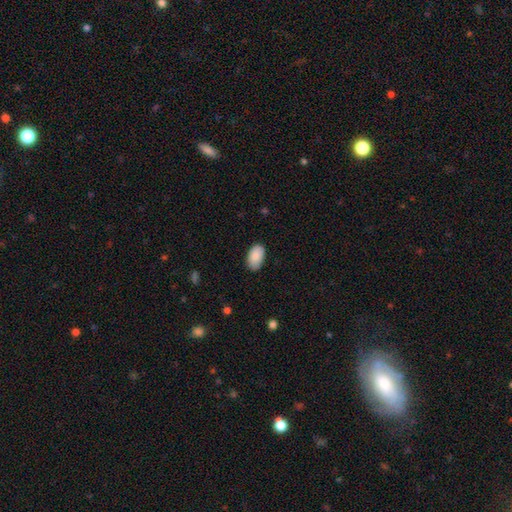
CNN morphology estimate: Smooth or featured: smooth — 89% (star or artifact — 6%)
How rounded: in between — 94% (round — 5%)
Merging: none — 85% (minor disturbance — 12%)